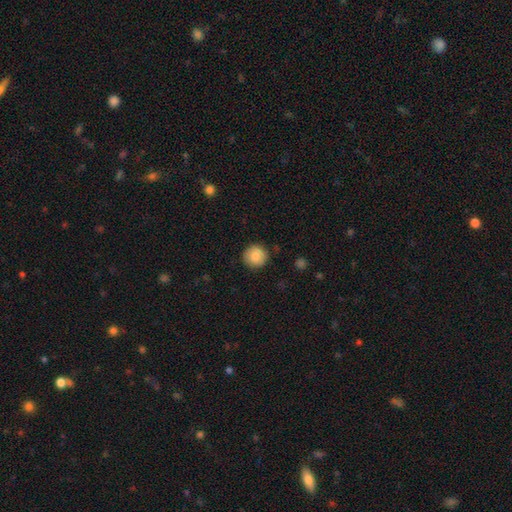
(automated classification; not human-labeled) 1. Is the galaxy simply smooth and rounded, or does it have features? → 85% smooth, 8% star or artifact, 7% featured or disk.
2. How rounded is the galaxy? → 94% round, 5% in between, 1% cigar-shaped.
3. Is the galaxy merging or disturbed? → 89% none, 8% minor disturbance, 2% major disturbance, 1% merger.